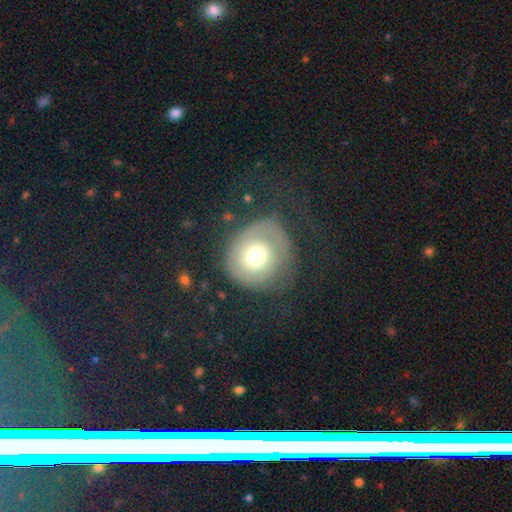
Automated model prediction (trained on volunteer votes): The model was most divided on "smooth or featured": smooth: 47%, featured or disk: 44%, star or artifact: 9%. More confident: merging — none (58%).